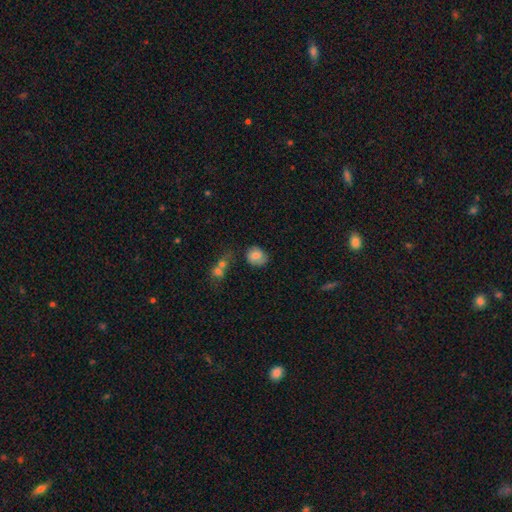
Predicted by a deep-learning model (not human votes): smooth 74%, featured or disk 17%, star or artifact 9%. Down the decision tree: how rounded — round (66%); merging — none (59%).